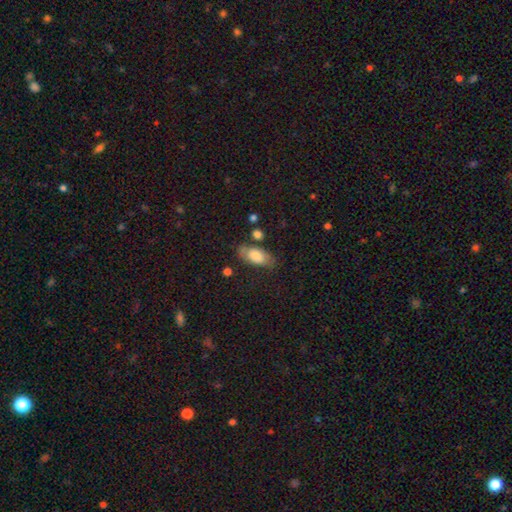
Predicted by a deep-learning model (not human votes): This is likely a smooth galaxy (74%). How rounded: clearly in between (90%). Merging: likely none (65%).